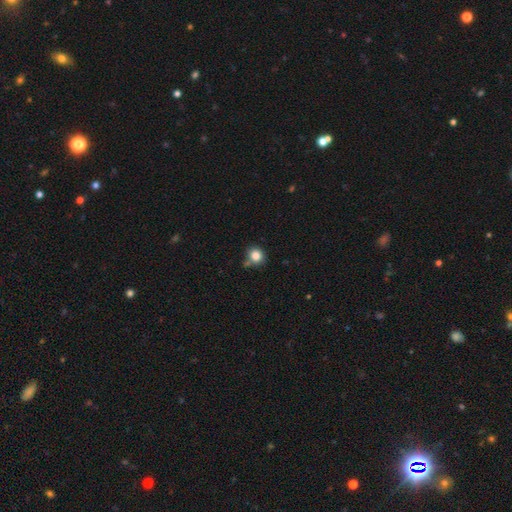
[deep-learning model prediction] smooth 83%, star or artifact 11%, featured or disk 6%. Down the decision tree: how rounded — round (84%); merging — none (69%).